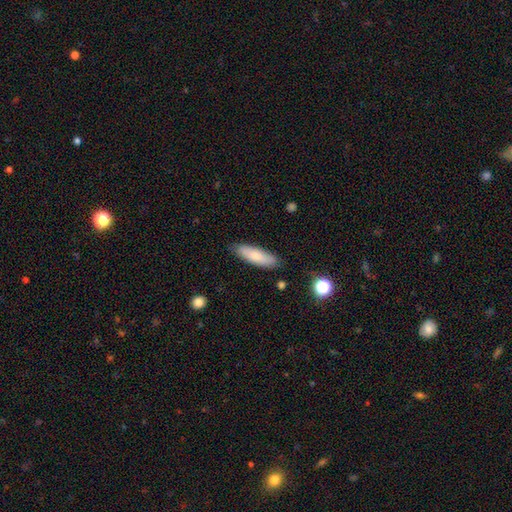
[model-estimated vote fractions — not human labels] This is likely a smooth galaxy (76%). How rounded: possibly cigar-shaped (50%). Merging: clearly none (84%).